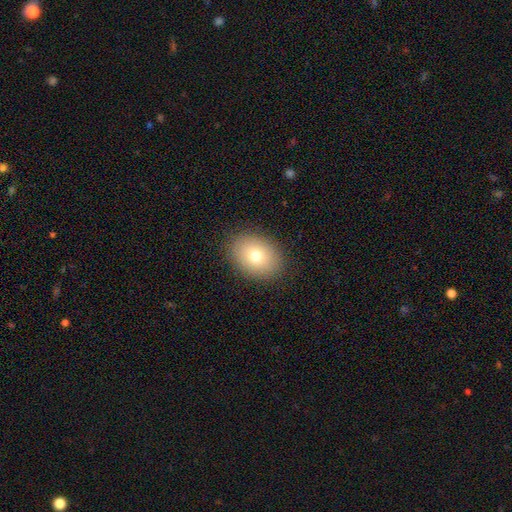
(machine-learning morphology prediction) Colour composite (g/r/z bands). It shows a smooth galaxy with no disk features (75%) that is in between round and cigar-shaped (68%). Merging: none (88%).